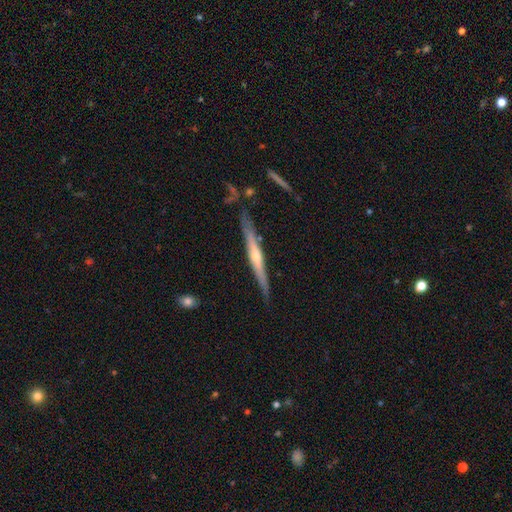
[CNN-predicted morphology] Smooth or featured: featured or disk — 76% (smooth — 19%)
Edge-on disk: yes — 96% (no — 4%)
Edge-on bulge: rounded — 77% (none — 19%)
Merging: none — 81% (minor disturbance — 13%)